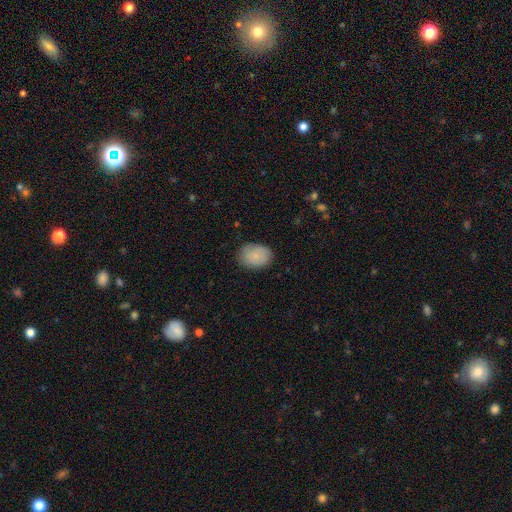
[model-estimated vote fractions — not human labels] Overall: smooth (85%). How rounded: in between (69%; round 30%). Merging: none (79%).